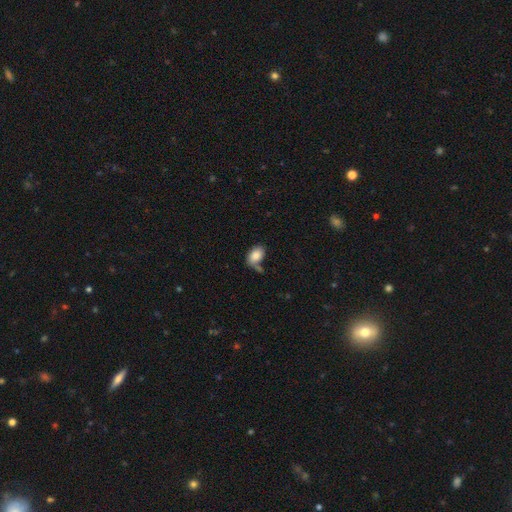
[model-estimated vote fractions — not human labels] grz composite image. It shows a smooth galaxy with no disk features (85%) that is in between round and cigar-shaped (88%). Merging: none (55%).